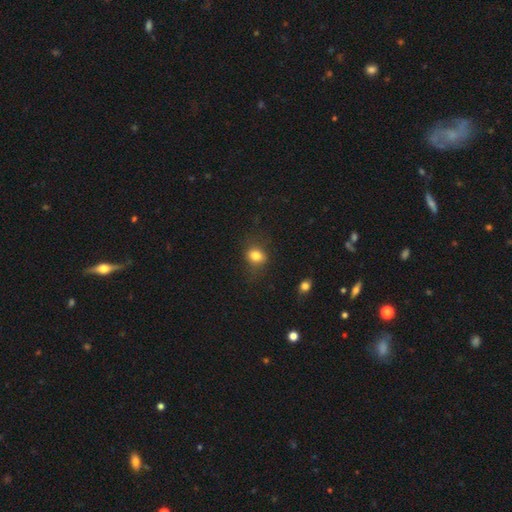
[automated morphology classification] Q: Smooth or featured?
A: smooth (81%); runner-up: star or artifact (12%)
Q: How rounded?
A: round (53%); runner-up: in between (46%)
Q: Merging?
A: none (72%); runner-up: minor disturbance (19%)